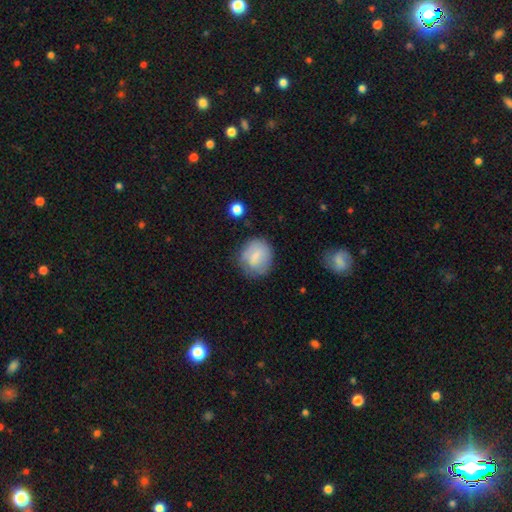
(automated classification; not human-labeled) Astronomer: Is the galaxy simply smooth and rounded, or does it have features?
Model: smooth — 68%.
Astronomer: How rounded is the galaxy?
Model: round — 71%.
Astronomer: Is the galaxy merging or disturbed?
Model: none — 67%.